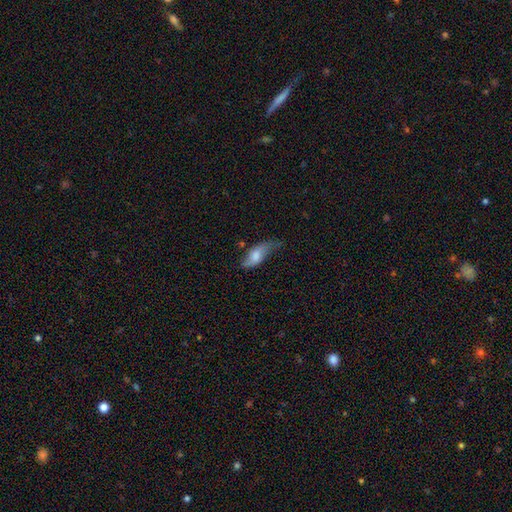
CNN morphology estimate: type=smooth (51%); roundness=in between (78%); merging=none (40%).